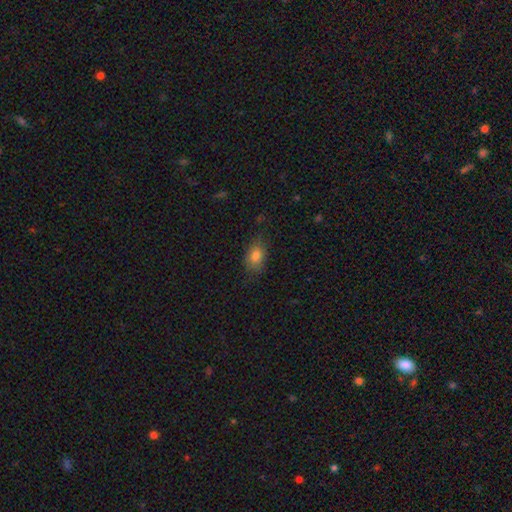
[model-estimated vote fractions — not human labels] smooth 81%, featured or disk 10%, star or artifact 9%. Down the decision tree: how rounded — in between (81%); merging — none (70%).